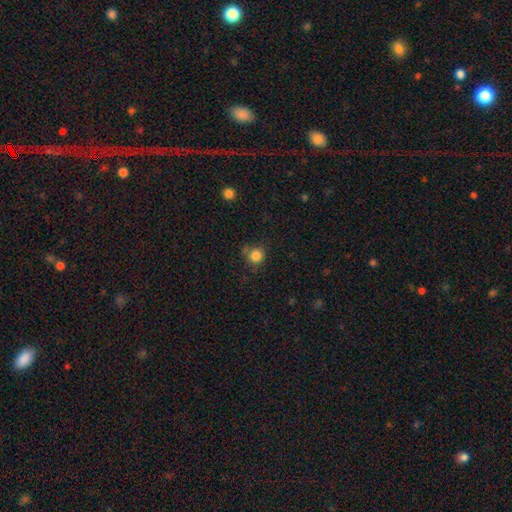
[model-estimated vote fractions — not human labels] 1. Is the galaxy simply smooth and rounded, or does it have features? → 83% smooth, 12% star or artifact, 5% featured or disk.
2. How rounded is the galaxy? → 92% round, 7% in between, 1% cigar-shaped.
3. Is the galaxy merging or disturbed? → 76% none, 13% minor disturbance, 7% merger, 4% major disturbance.